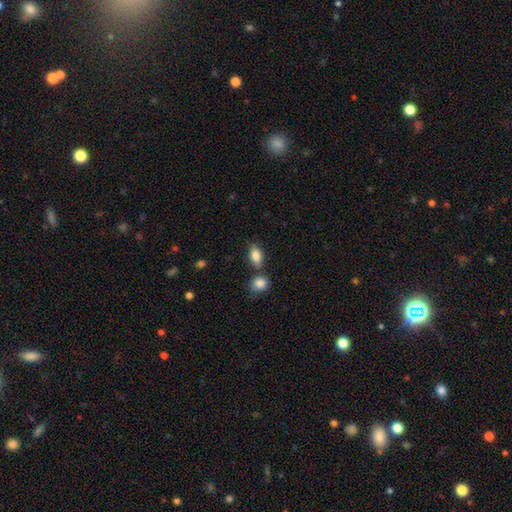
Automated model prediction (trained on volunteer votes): The model was most divided on "merging": none: 69%, merger: 15%, minor disturbance: 13%, major disturbance: 3%. More confident: how rounded — in between (86%); smooth or featured — smooth (84%).